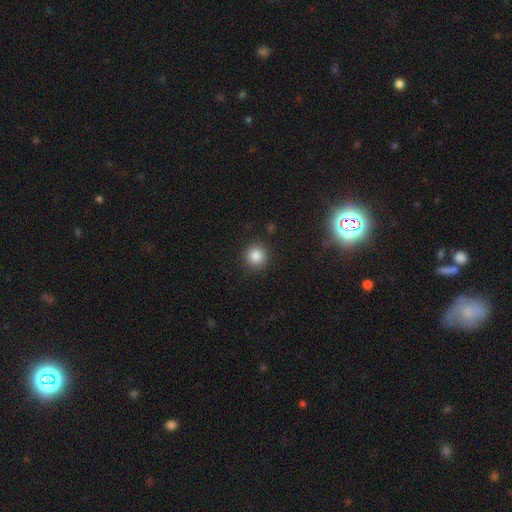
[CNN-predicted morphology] This is clearly a smooth galaxy (85%). How rounded: clearly round (94%). Merging: clearly none (90%).